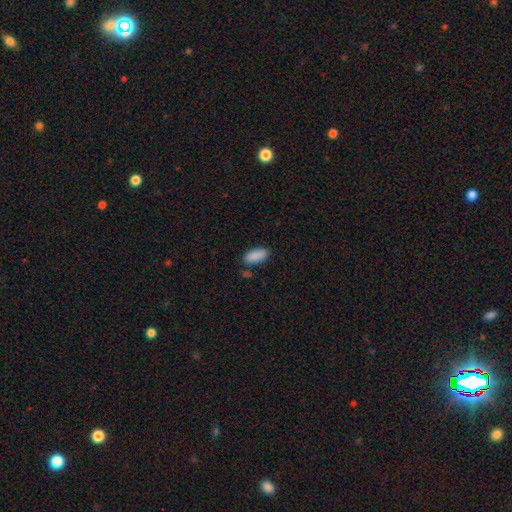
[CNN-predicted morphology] Smooth or featured? smooth (90%)
How rounded? in between (84%)
Merging? none (82%)